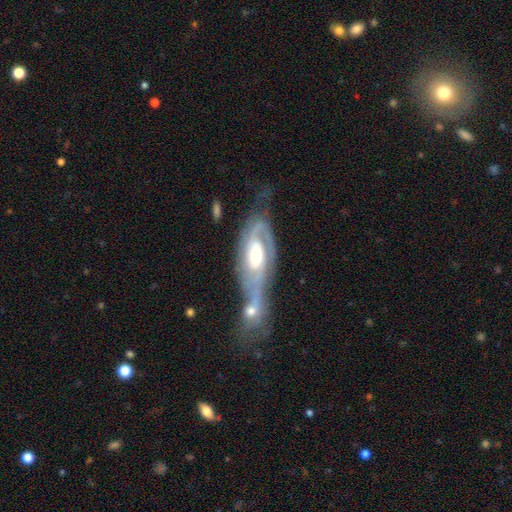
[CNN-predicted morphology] type=featured or disk (83%); edge-on=no (92%); bar=no (51%); spiral arms=yes (91%); winding=tight (49%); arm count=2 (60%); bulge=moderate (65%); merging=merger (52%).